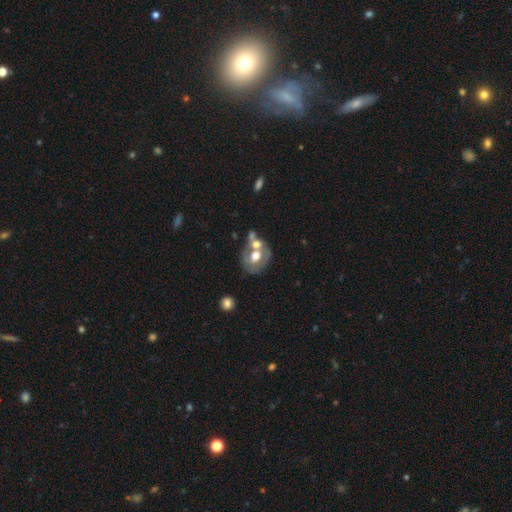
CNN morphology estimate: smooth_or_featured: featured or disk (p=0.50) [alt: smooth p=0.41]
disk_edge_on: no (p=0.95) [alt: yes p=0.05]
merging: merger (p=0.46) [alt: none p=0.33]